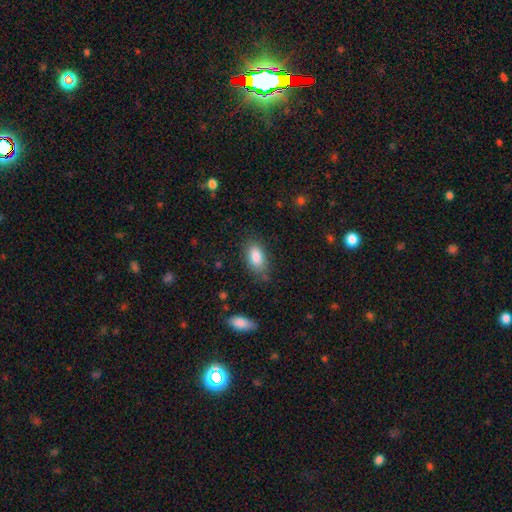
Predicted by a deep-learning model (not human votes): smooth-or-featured: smooth: 85% | star or artifact: 7% | featured or disk: 7%
  how-rounded: in between: 91% | round: 5% | cigar-shaped: 4%
  merging: none: 73% | minor disturbance: 19% | major disturbance: 5% | merger: 3%